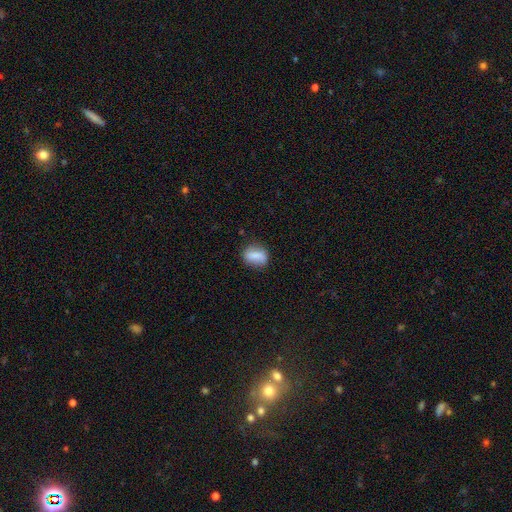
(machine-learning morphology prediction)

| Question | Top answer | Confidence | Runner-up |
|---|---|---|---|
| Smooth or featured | smooth | 76% | featured or disk (16%) |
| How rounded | in between | 66% | round (28%) |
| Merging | none | 74% | minor disturbance (18%) |